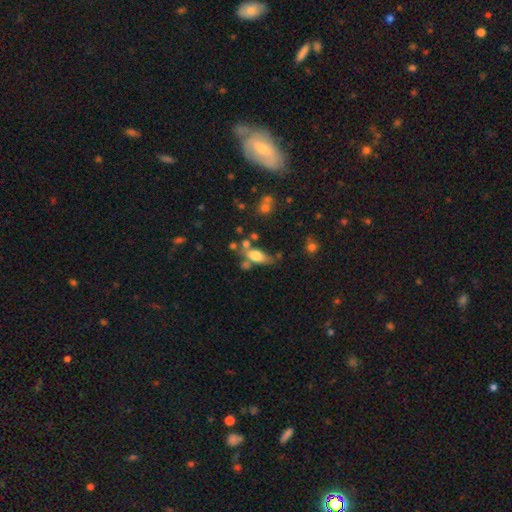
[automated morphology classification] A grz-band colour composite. It shows a smooth galaxy with no disk features (70%) that is in between round and cigar-shaped (79%). Merging: none (46%).